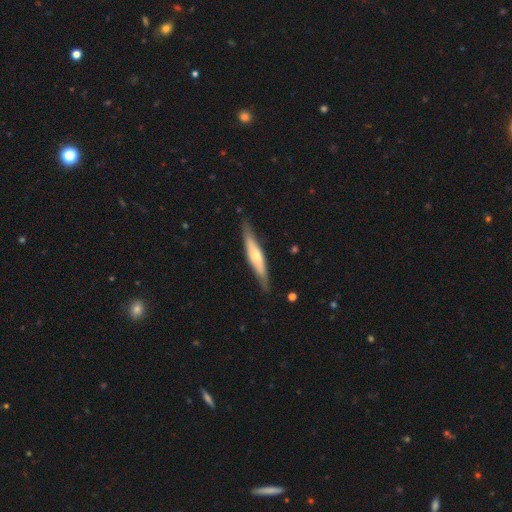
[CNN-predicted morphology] featured or disk 53%, smooth 42%, star or artifact 5%. Down the decision tree: edge-on disk — yes (88%); merging — none (83%).